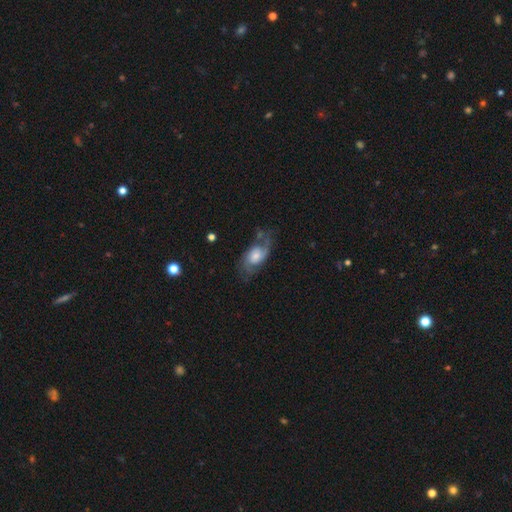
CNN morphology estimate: Q: Smooth or featured?
A: featured or disk (72%); runner-up: smooth (21%)
Q: Edge-on disk?
A: no (95%); runner-up: yes (5%)
Q: Bar?
A: no (62%); runner-up: weak (33%)
Q: Spiral arms?
A: yes (91%); runner-up: no (9%)
Q: Spiral winding?
A: medium (42%); runner-up: loose (41%)
Q: Spiral arm count?
A: 2 (72%); runner-up: 1 (11%)
Q: Bulge size?
A: moderate (43%); runner-up: small (32%)
Q: Merging?
A: none (53%); runner-up: minor disturbance (22%)